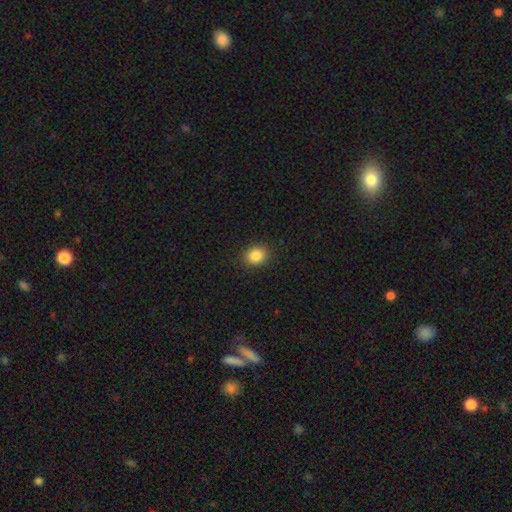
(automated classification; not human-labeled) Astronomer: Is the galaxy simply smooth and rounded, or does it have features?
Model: smooth — 85%.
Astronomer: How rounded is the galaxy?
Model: round — 63%.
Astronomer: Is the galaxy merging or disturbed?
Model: none — 90%.